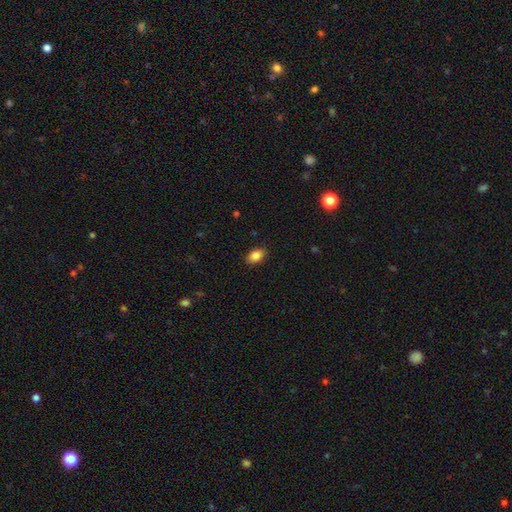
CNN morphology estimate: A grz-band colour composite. It shows a smooth galaxy with no disk features (87%) that is in between round and cigar-shaped (87%). Merging: none (88%).